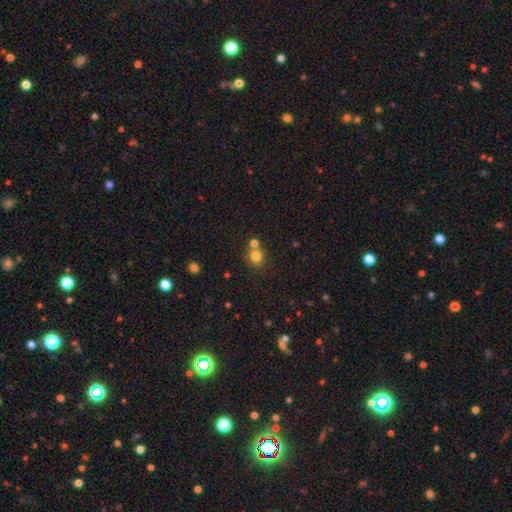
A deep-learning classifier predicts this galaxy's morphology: smooth 78%, star or artifact 14%, featured or disk 8%. Down the decision tree: how rounded — round (81%); merging — none (57%).